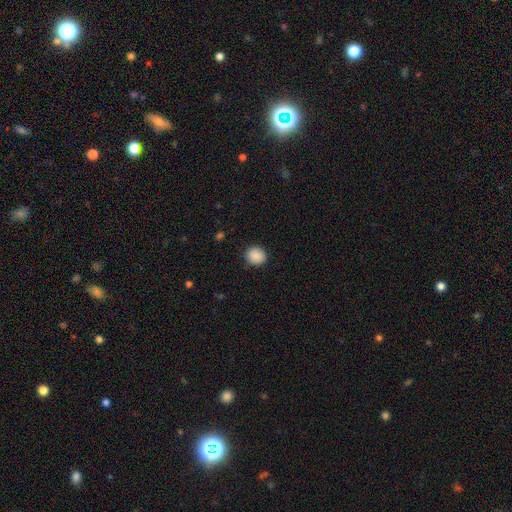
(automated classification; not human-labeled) Smooth or featured? Predicted: smooth (p=0.89). How rounded? Predicted: round (p=0.81). Merging? Predicted: none (p=0.88).